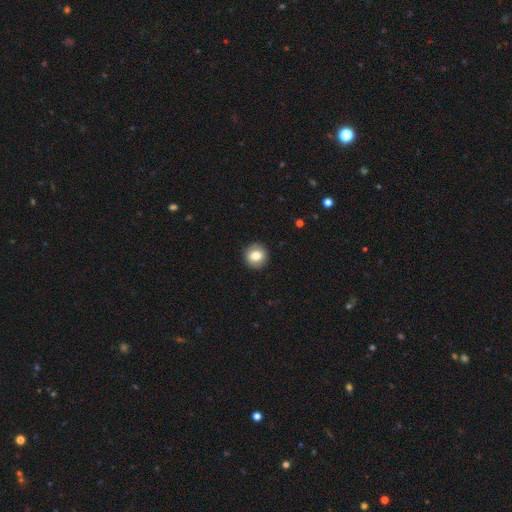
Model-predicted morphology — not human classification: smooth_or_featured: smooth (p=0.80) [alt: featured or disk p=0.12]
how_rounded: round (p=0.91) [alt: in between p=0.08]
merging: none (p=0.91) [alt: minor disturbance p=0.06]